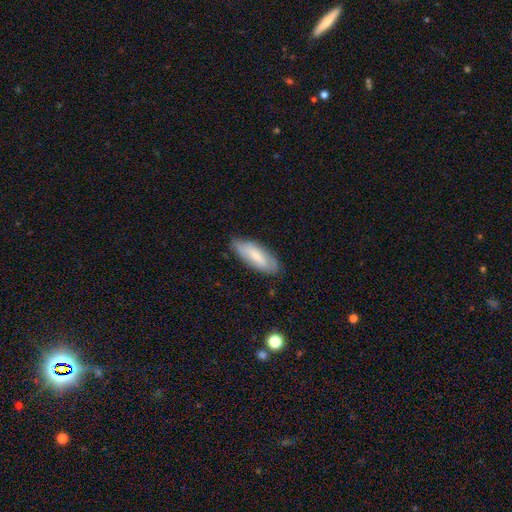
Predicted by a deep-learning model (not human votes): smooth_or_featured: smooth (p=0.63) [alt: featured or disk p=0.31]
how_rounded: in between (p=0.69) [alt: cigar-shaped p=0.29]
merging: none (p=0.78) [alt: minor disturbance p=0.17]